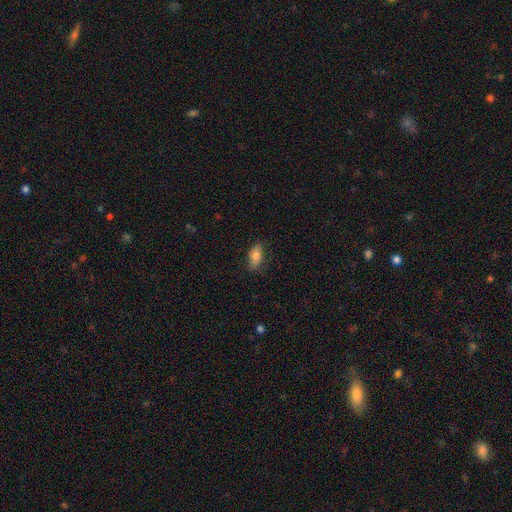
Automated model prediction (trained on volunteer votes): smooth_or_featured: smooth (p=0.75) [alt: featured or disk p=0.17]
how_rounded: in between (p=0.86) [alt: cigar-shaped p=0.09]
merging: none (p=0.77) [alt: minor disturbance p=0.18]